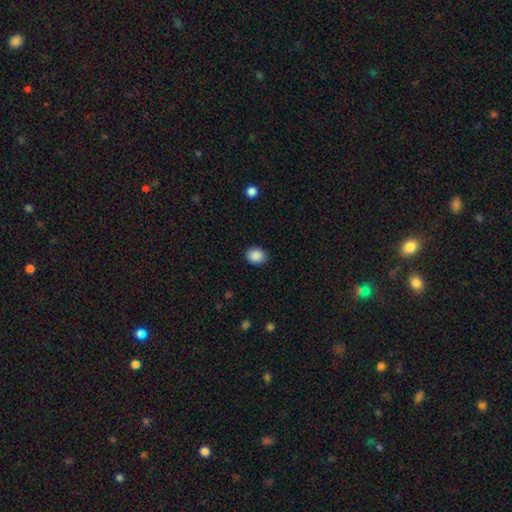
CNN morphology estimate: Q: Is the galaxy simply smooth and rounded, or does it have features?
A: smooth — 89%.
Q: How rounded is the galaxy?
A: round — 62%.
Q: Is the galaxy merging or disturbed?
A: none — 88%.